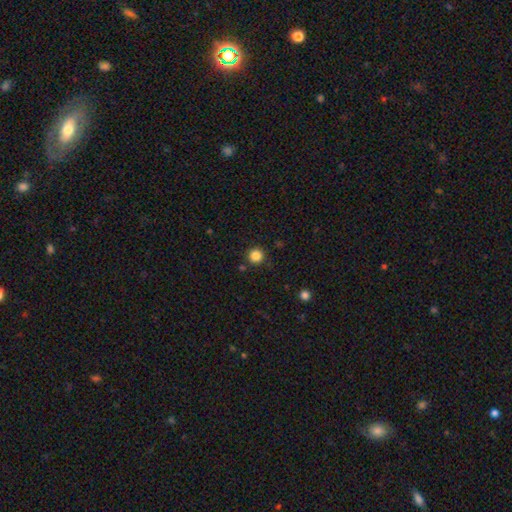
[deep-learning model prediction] smooth-or-featured: smooth: 84% | star or artifact: 12% | featured or disk: 4%
  how-rounded: round: 95% | in between: 4% | cigar-shaped: 1%
  merging: none: 89% | minor disturbance: 6% | merger: 3% | major disturbance: 2%